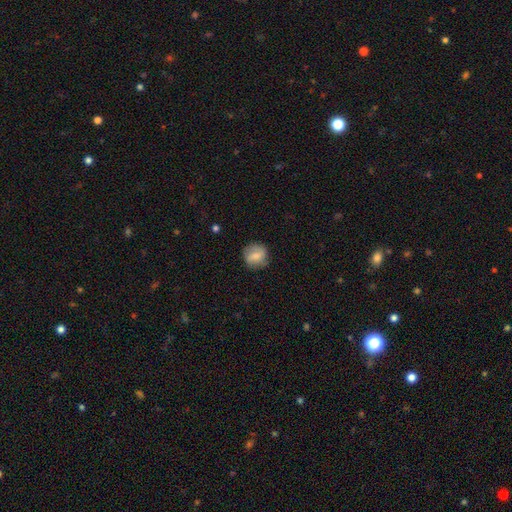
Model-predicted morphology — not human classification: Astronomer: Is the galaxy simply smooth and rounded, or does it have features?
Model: smooth — 67%.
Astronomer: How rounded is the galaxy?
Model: round — 86%.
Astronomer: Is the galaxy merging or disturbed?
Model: none — 78%.